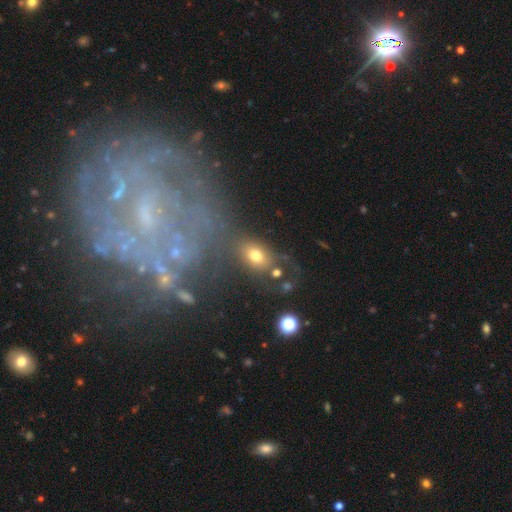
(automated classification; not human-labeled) Smooth or featured?
  - smooth: 69% *
  - featured or disk: 16%
  - star or artifact: 15%
How rounded?
  - in between: 69% *
  - round: 27%
  - cigar-shaped: 4%
Merging?
  - none: 60% *
  - minor disturbance: 16%
  - merger: 13%
  - major disturbance: 11%